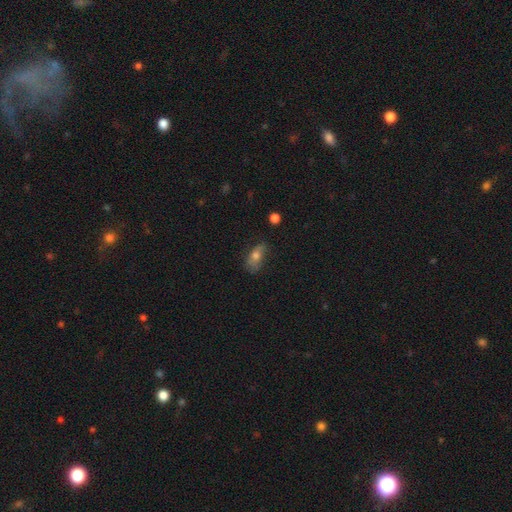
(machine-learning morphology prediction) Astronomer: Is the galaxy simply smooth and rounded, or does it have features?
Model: smooth — 66%.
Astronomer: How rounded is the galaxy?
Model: in between — 82%.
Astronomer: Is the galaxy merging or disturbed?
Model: none — 48% (runner-up: minor disturbance, 34%).